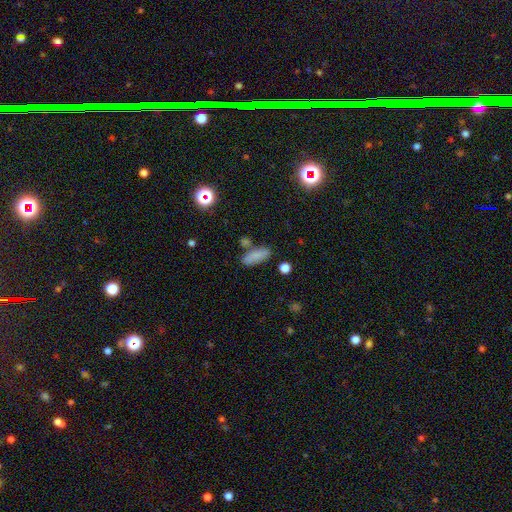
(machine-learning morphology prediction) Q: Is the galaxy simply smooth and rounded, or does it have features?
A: smooth — 81%.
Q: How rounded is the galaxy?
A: in between — 72%.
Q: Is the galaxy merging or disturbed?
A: none — 71%.